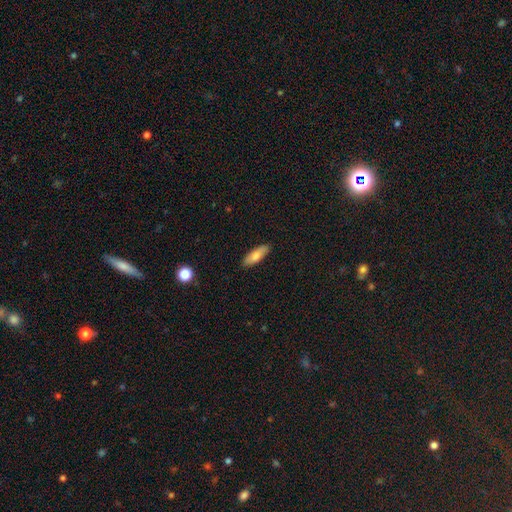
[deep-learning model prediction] Morphology: type=smooth (75%); roundness=in between (54%); merging=none (88%).